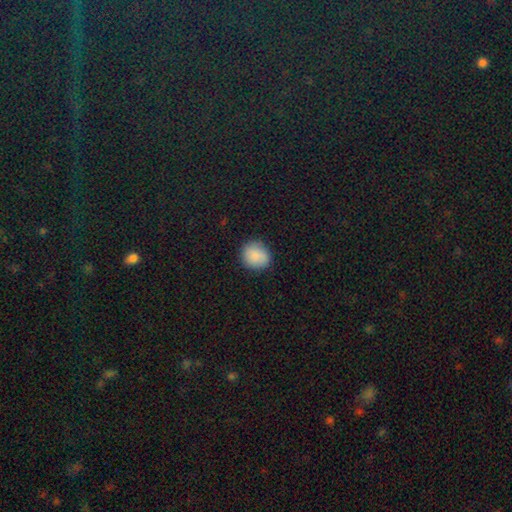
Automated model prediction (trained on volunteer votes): smooth-or-featured: smooth: 88% | star or artifact: 7% | featured or disk: 5%
  how-rounded: round: 75% | in between: 24% | cigar-shaped: 1%
  merging: none: 84% | minor disturbance: 12% | major disturbance: 3% | merger: 1%